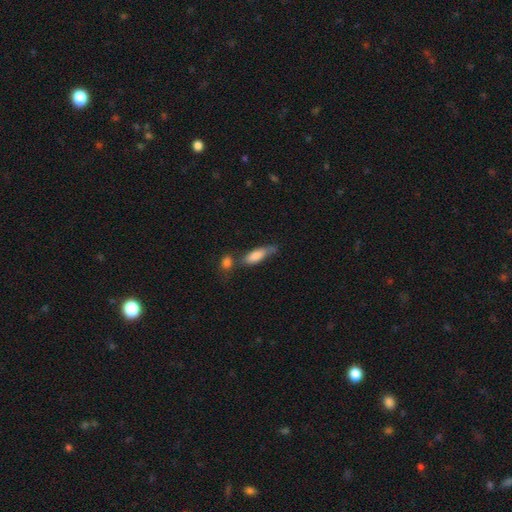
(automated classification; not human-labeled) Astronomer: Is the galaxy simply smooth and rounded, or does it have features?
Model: smooth — 79%.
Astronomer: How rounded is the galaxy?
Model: in between — 61% (runner-up: cigar-shaped, 36%).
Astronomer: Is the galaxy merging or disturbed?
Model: none — 41% (runner-up: minor disturbance, 26%).